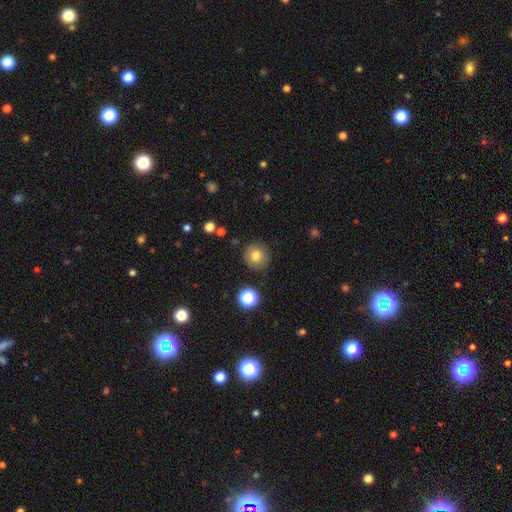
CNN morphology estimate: The model was most divided on "smooth or featured": smooth: 78%, star or artifact: 11%, featured or disk: 11%. More confident: how rounded — round (93%); merging — none (86%).